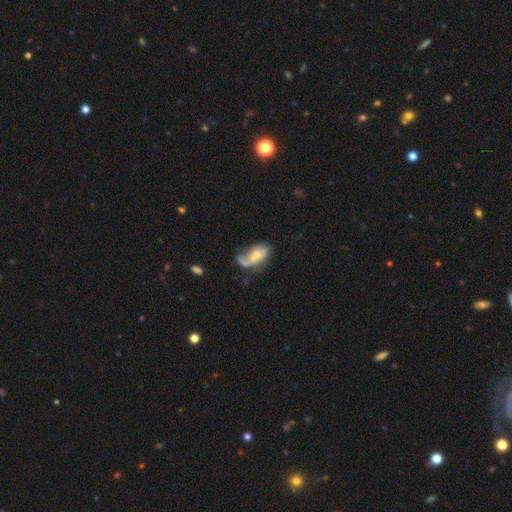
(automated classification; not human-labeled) Overall: featured or disk (51%; smooth 42%). Edge-on disk: no (93%). Merging: none (30%; major disturbance 27%).